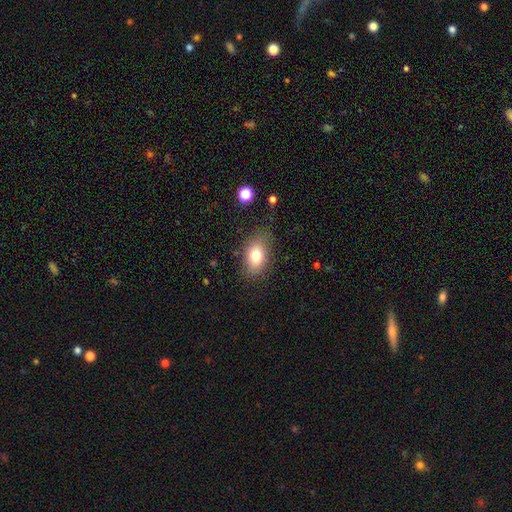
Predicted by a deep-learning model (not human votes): This is likely a smooth galaxy (76%). How rounded: clearly in between (81%). Merging: likely none (78%).